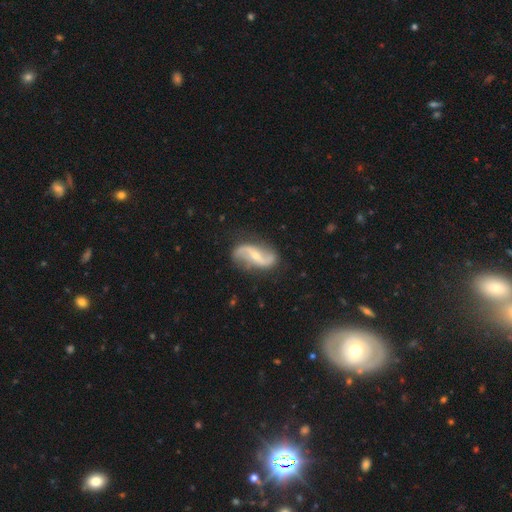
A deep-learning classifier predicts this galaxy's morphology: smooth_or_featured: featured or disk (p=0.87) [alt: smooth p=0.08]
disk_edge_on: no (p=0.96) [alt: yes p=0.04]
bar: weak (p=0.38) [alt: no p=0.31]
has_spiral_arms: yes (p=0.96) [alt: no p=0.04]
spiral_winding: loose (p=0.81) [alt: medium p=0.14]
spiral_arm_count: 2 (p=0.94) [alt: can't tell p=0.02]
bulge_size: small (p=0.62) [alt: moderate p=0.32]
merging: none (p=0.80) [alt: minor disturbance p=0.14]